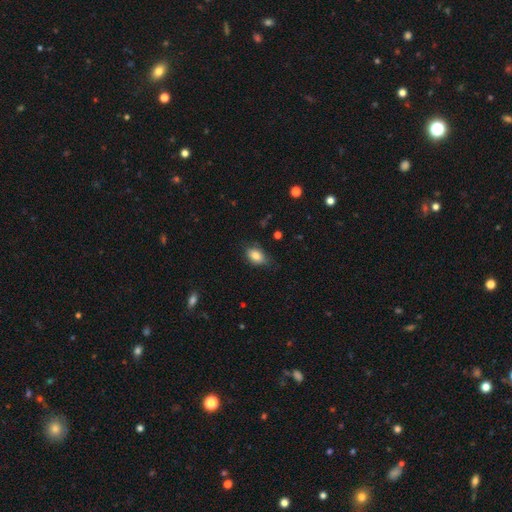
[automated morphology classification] Smooth or featured? Predicted: smooth (p=0.85). How rounded? Predicted: in between (p=0.85). Merging? Predicted: none (p=0.73).